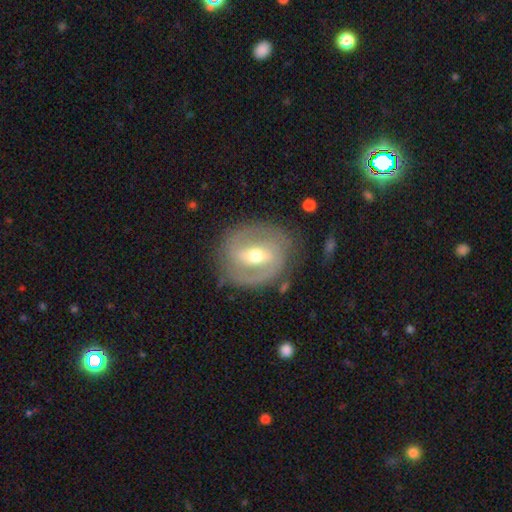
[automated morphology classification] This appears to be a featured or disk galaxy (78%) with a weak bar (43%), 2 (73%) tight (45%) spiral arms (78%) and a moderate central bulge (70%). Merging: none (77%).